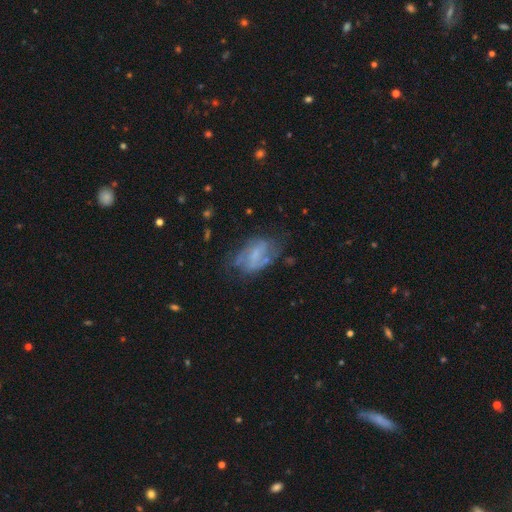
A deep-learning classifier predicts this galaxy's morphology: Smooth or featured? featured or disk (65%)
Edge-on disk? no (96%)
Bar? weak (48%)
Spiral arms? yes (78%)
Bulge size? small (44%)
Merging? none (54%)